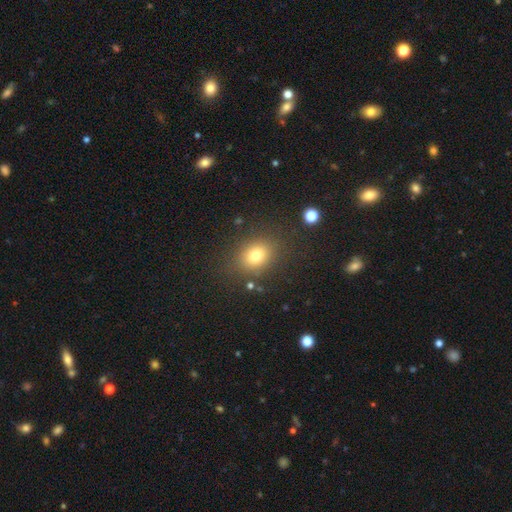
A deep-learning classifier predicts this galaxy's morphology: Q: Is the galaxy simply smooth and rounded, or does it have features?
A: smooth — 77%.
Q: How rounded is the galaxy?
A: in between — 51%.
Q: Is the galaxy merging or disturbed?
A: none — 81%.